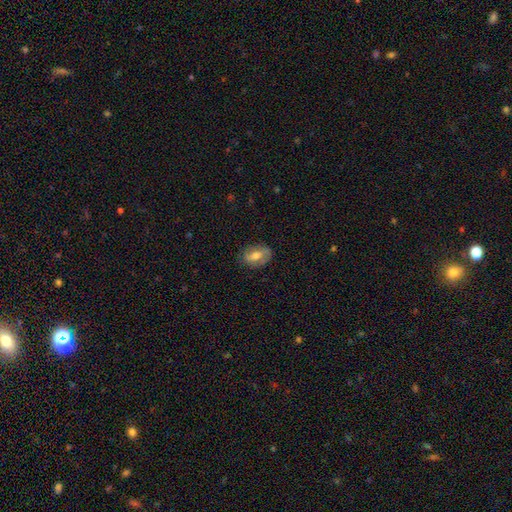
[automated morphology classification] type=smooth (53%); roundness=in between (83%); merging=none (79%).